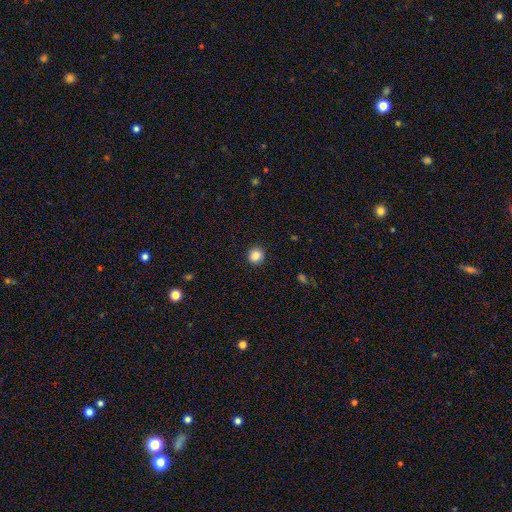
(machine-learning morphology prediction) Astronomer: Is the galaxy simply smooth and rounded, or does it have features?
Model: smooth — 86%.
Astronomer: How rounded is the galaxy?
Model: round — 90%.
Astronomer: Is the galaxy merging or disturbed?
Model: none — 91%.